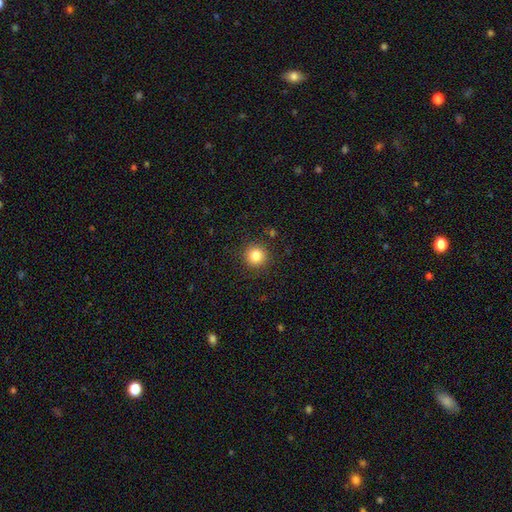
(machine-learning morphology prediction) smooth_or_featured: smooth (p=0.83) [alt: star or artifact p=0.11]
how_rounded: round (p=0.94) [alt: in between p=0.05]
merging: none (p=0.90) [alt: minor disturbance p=0.06]